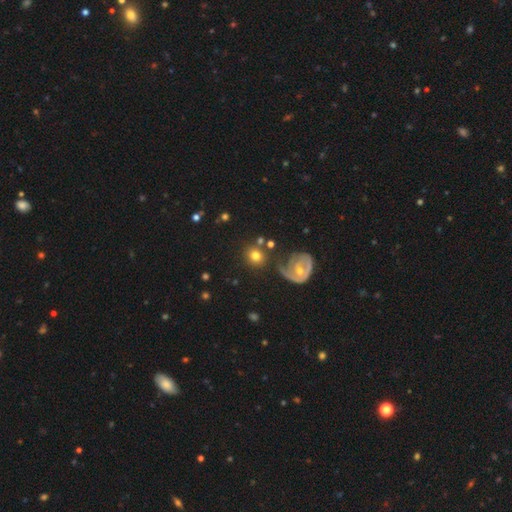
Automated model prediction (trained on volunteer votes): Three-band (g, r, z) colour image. It shows a smooth galaxy with no disk features (71%) that is round (84%). Merging: none (71%).